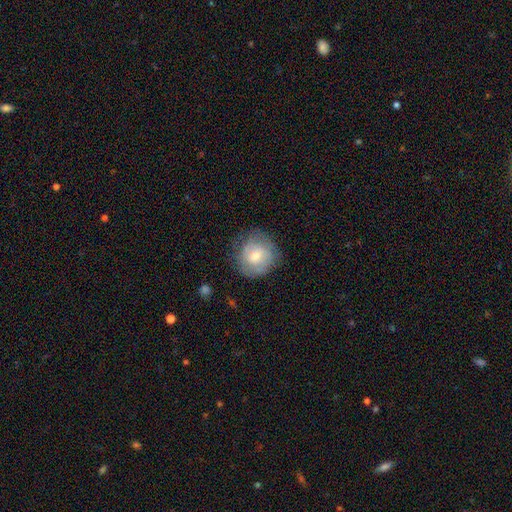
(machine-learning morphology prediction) Overall: smooth (60%; featured or disk 33%). How rounded: round (88%). Merging: none (70%).